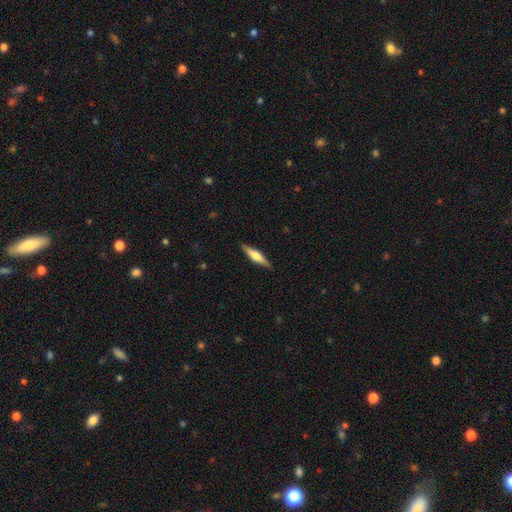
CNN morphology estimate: type=featured or disk (52%); edge-on=yes (96%); edge-on bulge=rounded (70%); merging=none (88%).